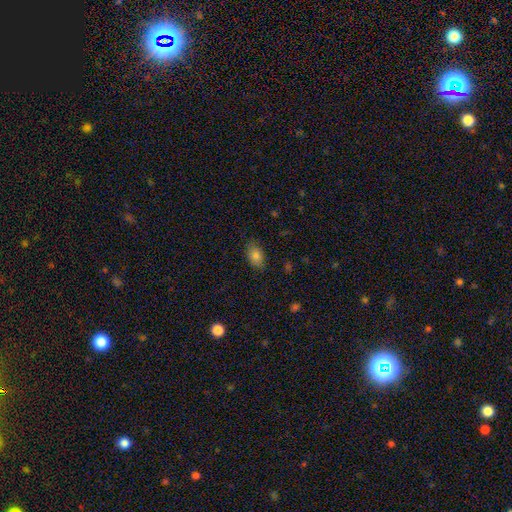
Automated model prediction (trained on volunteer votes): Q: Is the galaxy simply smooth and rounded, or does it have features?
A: smooth — 83%.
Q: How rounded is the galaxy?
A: in between — 88%.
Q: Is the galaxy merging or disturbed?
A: none — 81%.